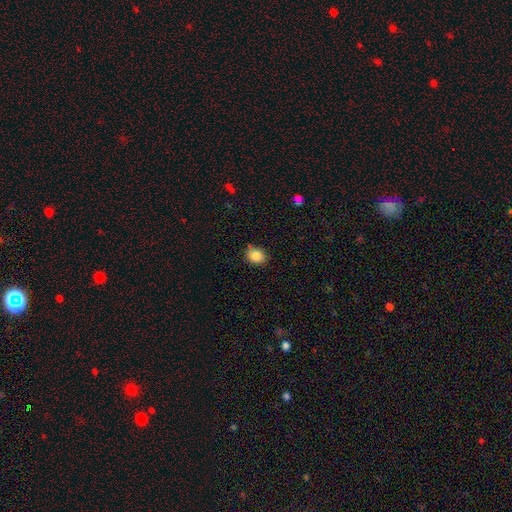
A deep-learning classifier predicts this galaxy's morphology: type=smooth (86%); roundness=round (67%); merging=none (76%).